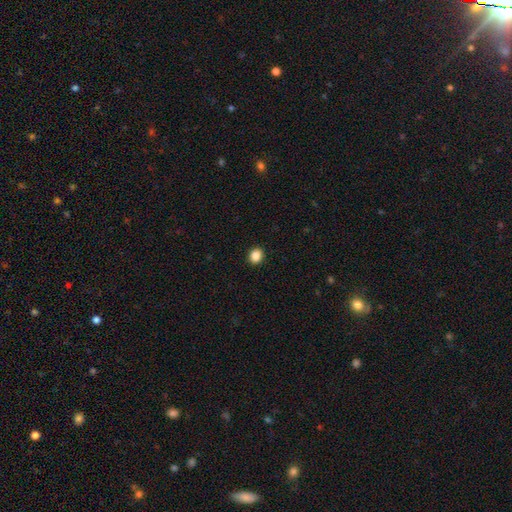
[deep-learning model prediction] Smooth or featured?
  - smooth: 88% *
  - star or artifact: 9%
  - featured or disk: 3%
How rounded?
  - round: 68% *
  - in between: 31%
  - cigar-shaped: 1%
Merging?
  - none: 92% *
  - minor disturbance: 6%
  - major disturbance: 2%
  - merger: 1%